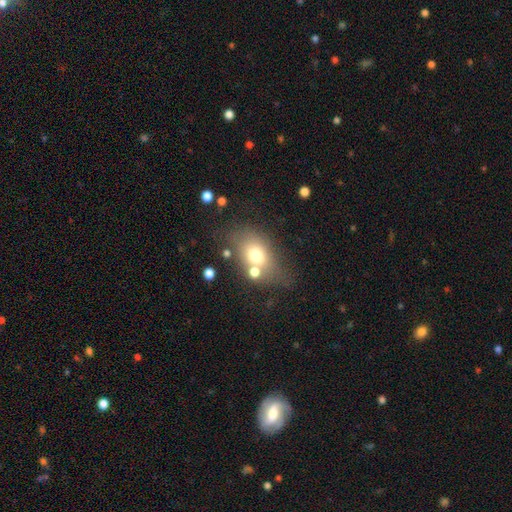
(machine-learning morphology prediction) This is likely a smooth galaxy (68%). How rounded: likely in between (71%). Merging: possibly none (53%).